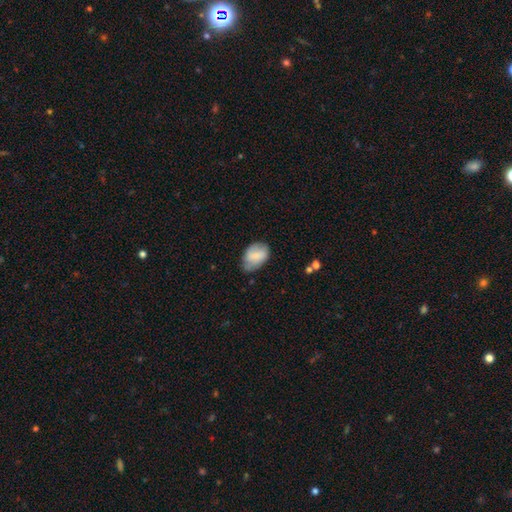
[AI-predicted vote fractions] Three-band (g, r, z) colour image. It shows a smooth galaxy with no disk features (68%) that is in between round and cigar-shaped (83%). Merging: none (54%).